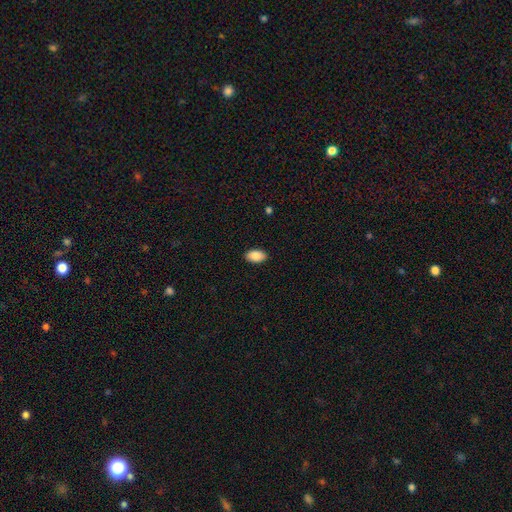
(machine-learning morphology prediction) Smooth or featured? Predicted: smooth (p=0.88). How rounded? Predicted: in between (p=0.94). Merging? Predicted: none (p=0.89).